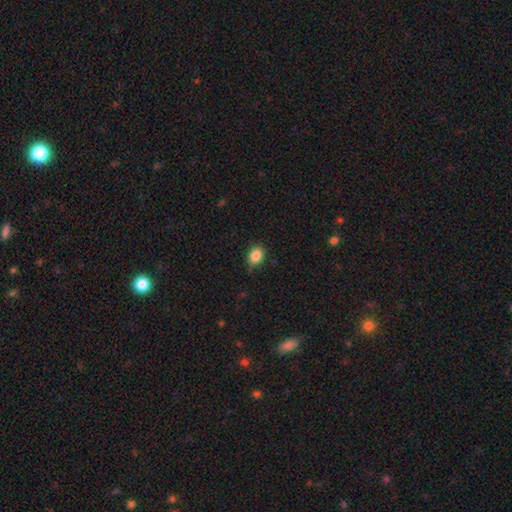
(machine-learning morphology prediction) The model was most divided on "how rounded": in between: 63%, round: 36%, cigar-shaped: 1%. More confident: smooth or featured — smooth (86%); merging — none (80%).